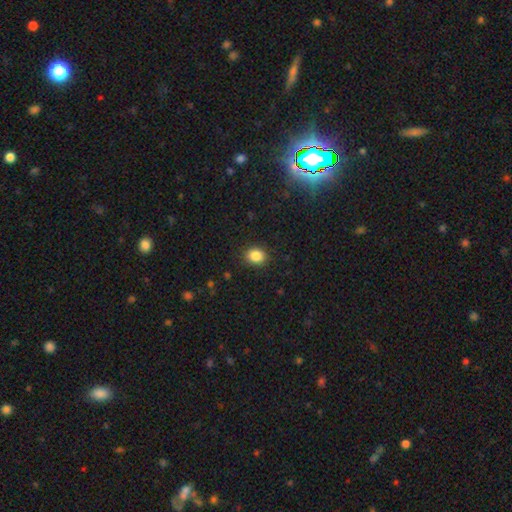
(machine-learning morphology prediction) smooth-or-featured: smooth: 86% | star or artifact: 10% | featured or disk: 4%
  how-rounded: round: 51% | in between: 48% | cigar-shaped: 1%
  merging: none: 88% | minor disturbance: 9% | major disturbance: 3% | merger: 1%